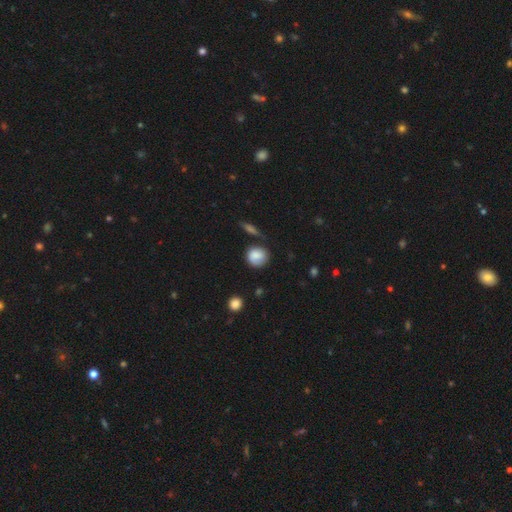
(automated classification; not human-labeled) smooth 82%, featured or disk 10%, star or artifact 8%. Down the decision tree: how rounded — round (83%); merging — none (68%).